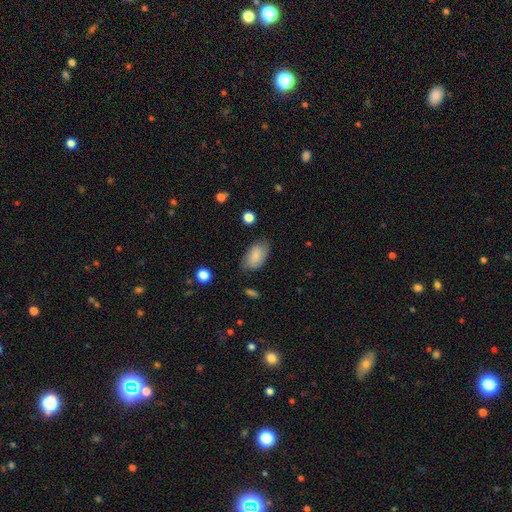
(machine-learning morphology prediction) This appears to be a smooth galaxy with no disk features (81%) that is in between round and cigar-shaped (93%). Merging: none (71%).